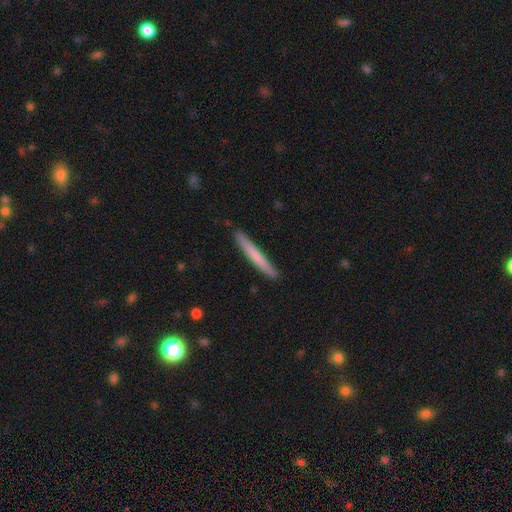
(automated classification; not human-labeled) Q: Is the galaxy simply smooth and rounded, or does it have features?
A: smooth — 66%.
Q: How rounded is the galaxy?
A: cigar-shaped — 97%.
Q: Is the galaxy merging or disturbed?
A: none — 90%.